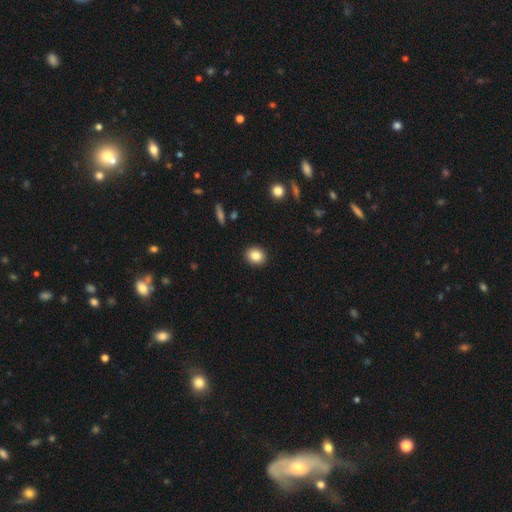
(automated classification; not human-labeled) Smooth or featured: smooth — 84% (star or artifact — 10%)
How rounded: round — 70% (in between — 29%)
Merging: none — 91% (minor disturbance — 6%)